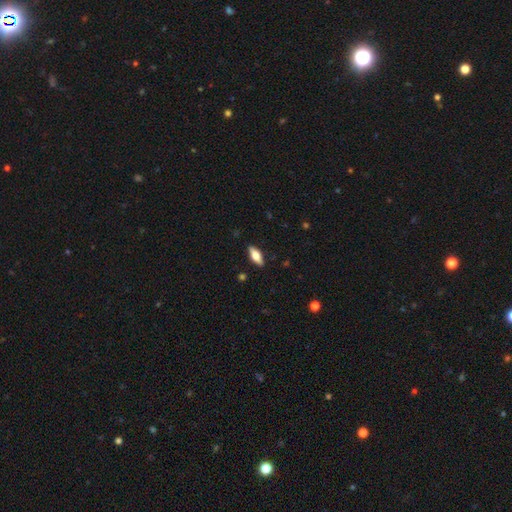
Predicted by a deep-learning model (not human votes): Morphology: type=smooth (63%); roundness=in between (73%); merging=none (88%).